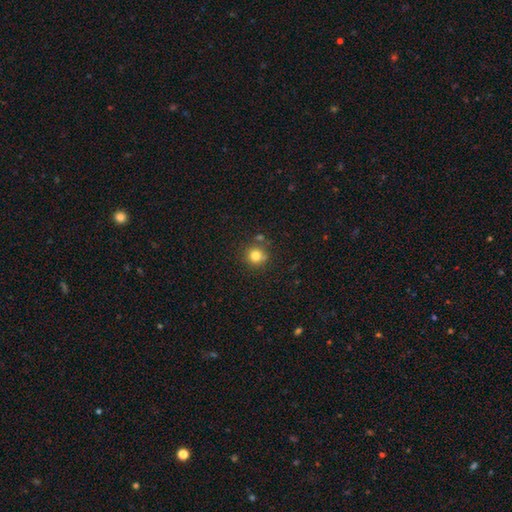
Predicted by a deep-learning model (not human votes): The model was most divided on "merging": none: 75%, minor disturbance: 12%, merger: 10%, major disturbance: 3%. More confident: how rounded — round (92%); smooth or featured — smooth (80%).